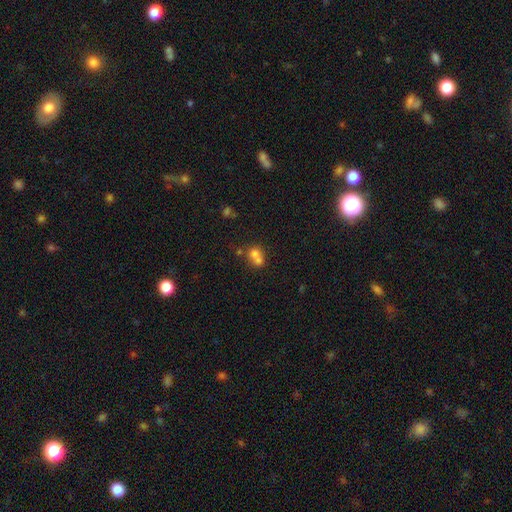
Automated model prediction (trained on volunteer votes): Smooth or featured? Predicted: smooth (p=0.68). How rounded? Predicted: round (p=0.72). Merging? Predicted: merger (p=0.64).